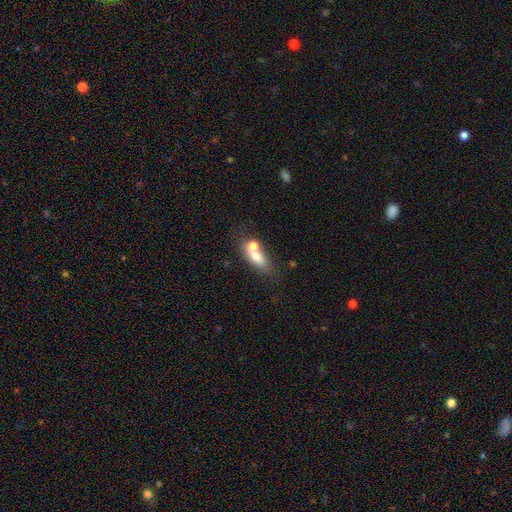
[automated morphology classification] Smooth or featured?
  - smooth: 66% *
  - featured or disk: 24%
  - star or artifact: 10%
How rounded?
  - in between: 67% *
  - round: 18%
  - cigar-shaped: 15%
Merging?
  - merger: 46% *
  - none: 37%
  - minor disturbance: 11%
  - major disturbance: 6%